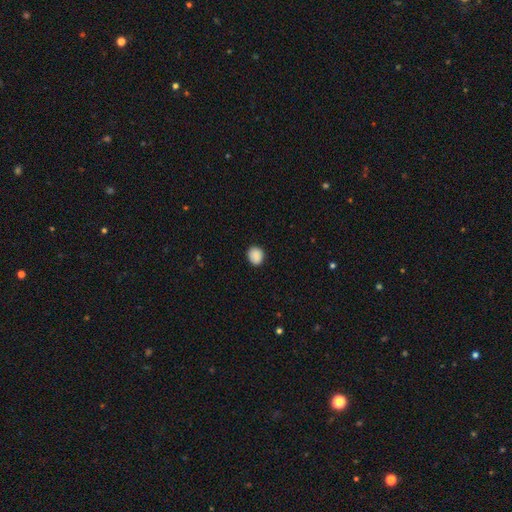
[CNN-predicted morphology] Overall: smooth (89%). How rounded: round (75%). Merging: none (90%).